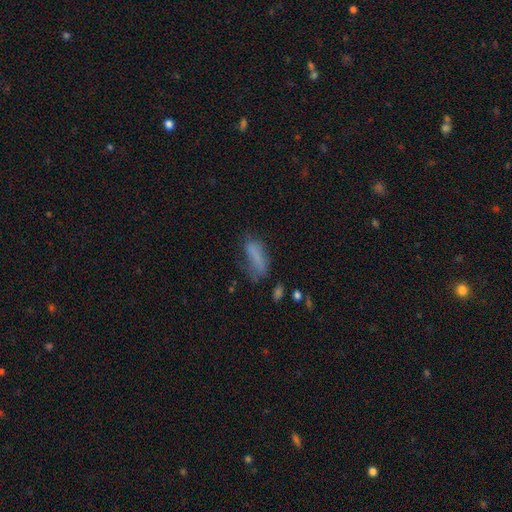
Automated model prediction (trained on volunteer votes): Smooth or featured? smooth (67%)
How rounded? in between (64%)
Merging? none (39%)